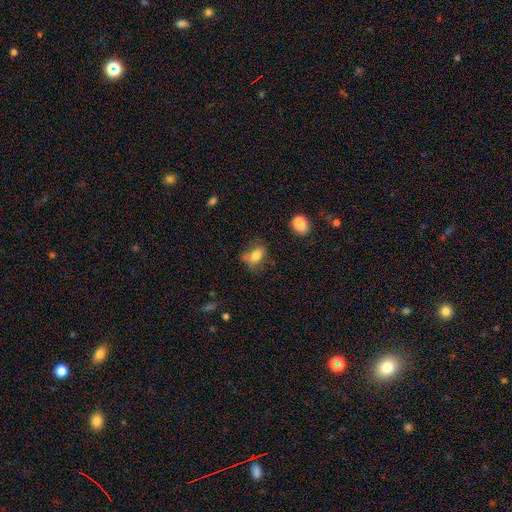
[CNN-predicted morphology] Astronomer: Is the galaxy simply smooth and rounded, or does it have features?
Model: smooth — 75%.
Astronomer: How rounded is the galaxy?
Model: in between — 78%.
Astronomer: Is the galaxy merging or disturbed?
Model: none — 51% (runner-up: minor disturbance, 29%).